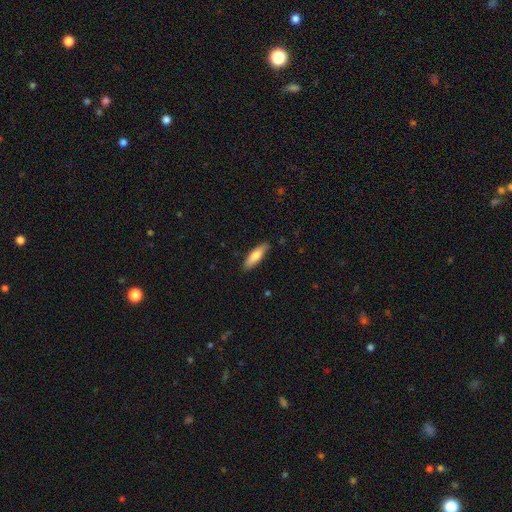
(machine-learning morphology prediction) smooth 76%, featured or disk 19%, star or artifact 6%. Down the decision tree: how rounded — cigar-shaped (60%); merging — none (85%).